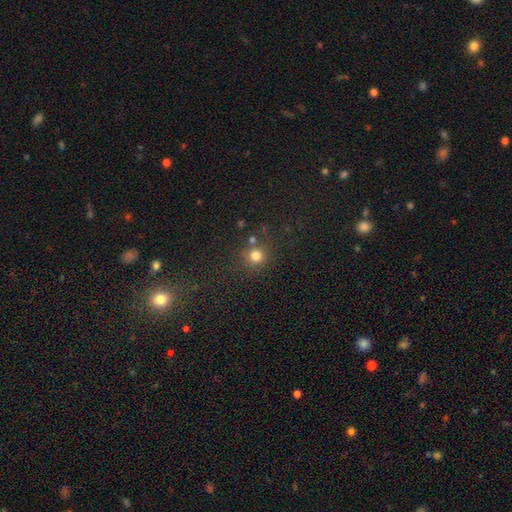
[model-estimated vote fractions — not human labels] A smooth galaxy with no disk features (78%) that is round (92%).

Vote fractions:
- Smooth or featured? smooth: 78% / star or artifact: 16% / featured or disk: 6%
- How rounded? round: 92% / in between: 7% / cigar-shaped: 1%
- Merging? none: 75% / merger: 10% / minor disturbance: 10% / major disturbance: 4%